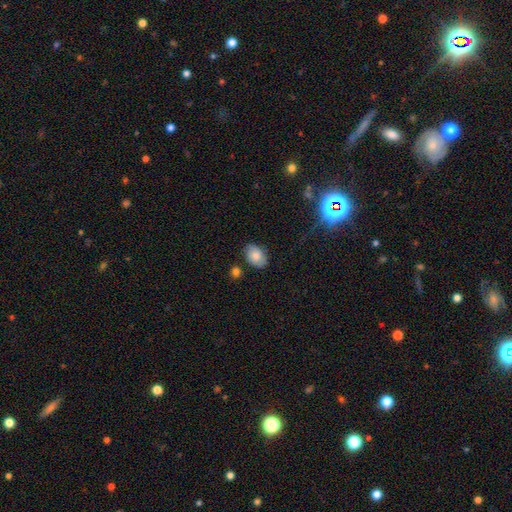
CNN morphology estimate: The model was most divided on "merging": none: 75%, minor disturbance: 17%, merger: 4%, major disturbance: 4%. More confident: how rounded — in between (79%); smooth or featured — smooth (75%).